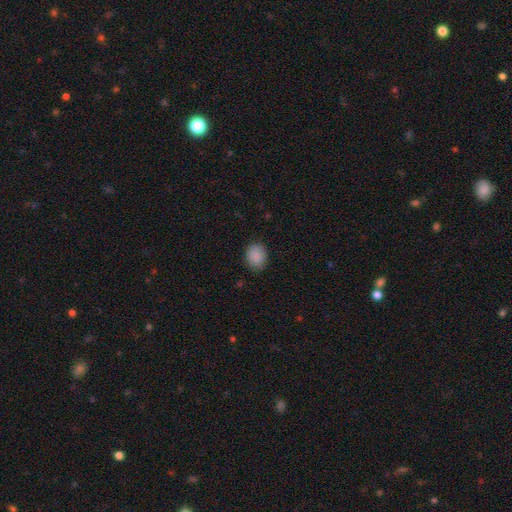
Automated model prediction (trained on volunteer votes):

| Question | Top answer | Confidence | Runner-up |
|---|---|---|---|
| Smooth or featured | smooth | 89% | star or artifact (8%) |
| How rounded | round | 57% | in between (42%) |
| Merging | none | 84% | minor disturbance (12%) |